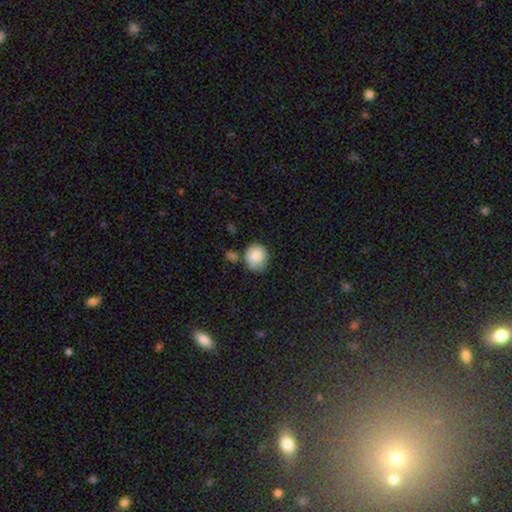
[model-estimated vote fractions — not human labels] This is clearly a smooth galaxy (84%). How rounded: likely round (79%). Merging: possibly none (59%).